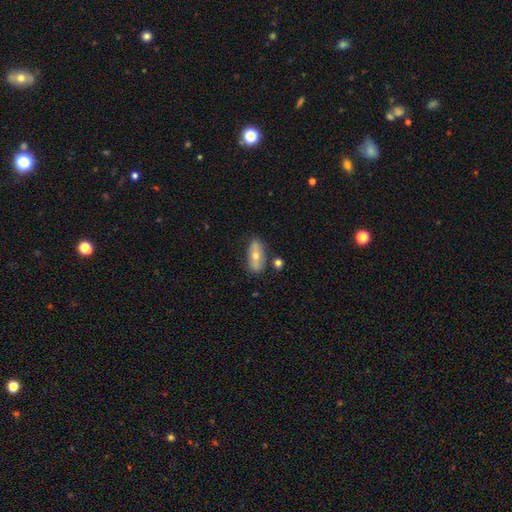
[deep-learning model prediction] A smooth galaxy with no disk features (53%) that is in between round and cigar-shaped (77%).

Vote fractions:
- Smooth or featured? smooth: 53% / featured or disk: 39% / star or artifact: 8%
- How rounded? in between: 77% / cigar-shaped: 18% / round: 5%
- Merging? none: 77% / minor disturbance: 14% / merger: 6% / major disturbance: 3%